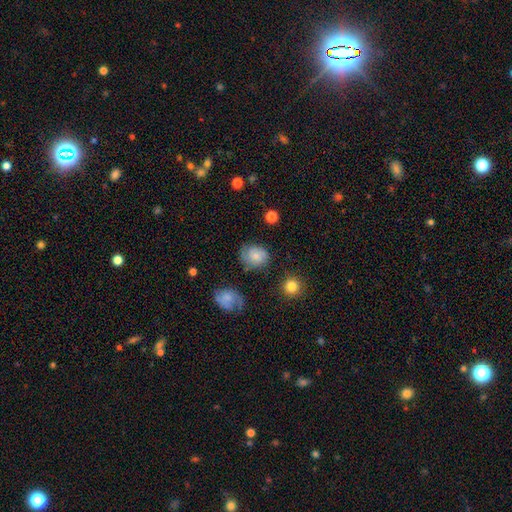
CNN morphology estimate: This is likely a smooth galaxy (63%). How rounded: likely round (62%). Merging: likely none (65%).